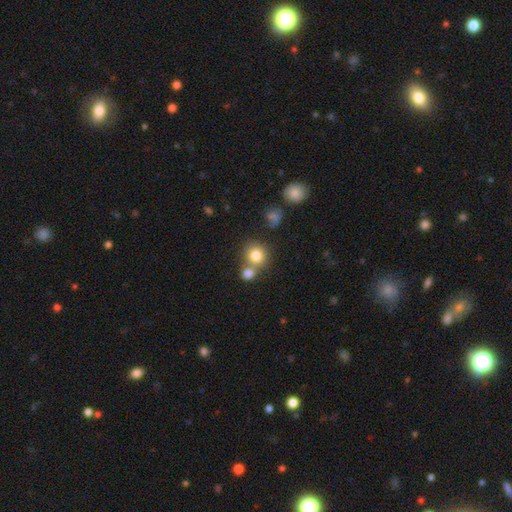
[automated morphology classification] Smooth or featured?
  - smooth: 79% *
  - star or artifact: 11%
  - featured or disk: 10%
How rounded?
  - round: 87% *
  - in between: 12%
  - cigar-shaped: 1%
Merging?
  - none: 53% *
  - merger: 36%
  - minor disturbance: 8%
  - major disturbance: 3%